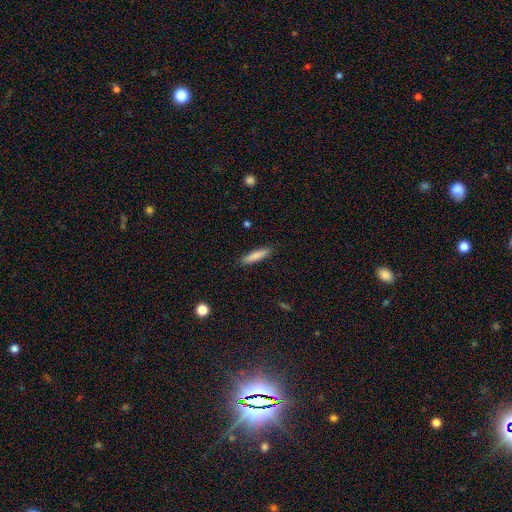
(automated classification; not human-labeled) This is clearly a smooth galaxy (83%). How rounded: clearly cigar-shaped (82%). Merging: clearly none (90%).